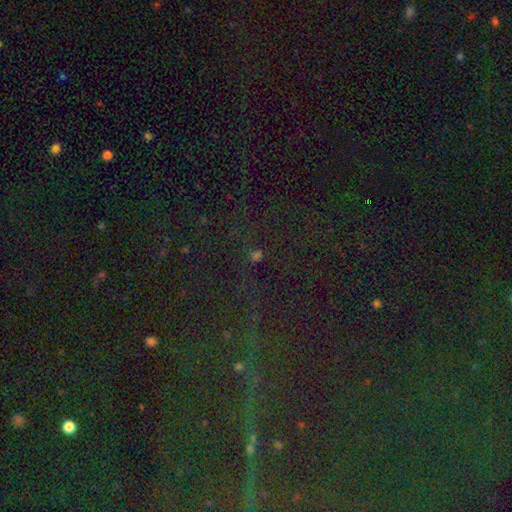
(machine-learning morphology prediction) This is possibly a star or artifact rather than a galaxy (59%).